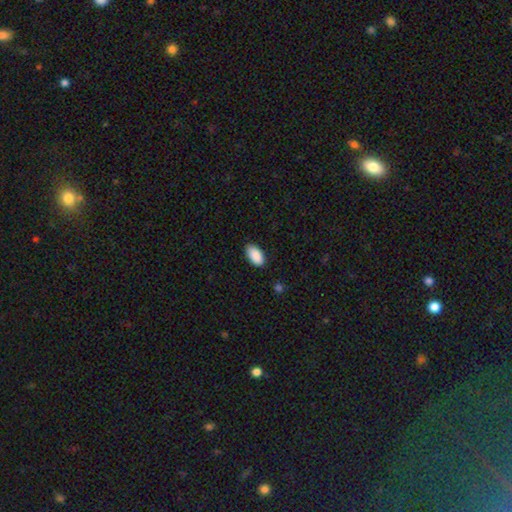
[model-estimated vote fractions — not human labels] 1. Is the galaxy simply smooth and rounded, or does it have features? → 91% smooth, 6% star or artifact, 3% featured or disk.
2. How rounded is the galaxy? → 95% in between, 3% round, 2% cigar-shaped.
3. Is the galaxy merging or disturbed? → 85% none, 12% minor disturbance, 2% major disturbance, 1% merger.